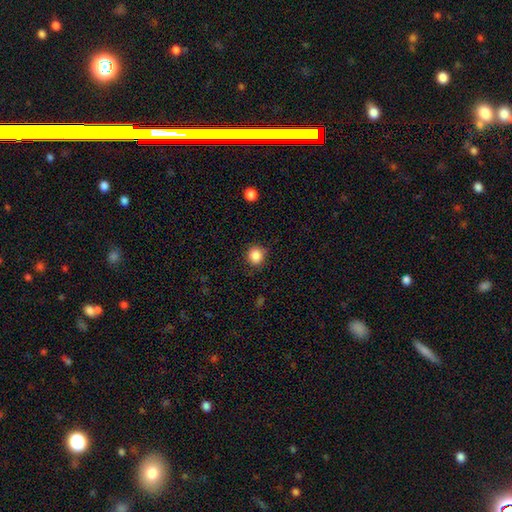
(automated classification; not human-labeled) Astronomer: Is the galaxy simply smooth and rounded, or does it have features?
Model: smooth — 86%.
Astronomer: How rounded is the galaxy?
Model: round — 87%.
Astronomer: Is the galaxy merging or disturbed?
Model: none — 85%.